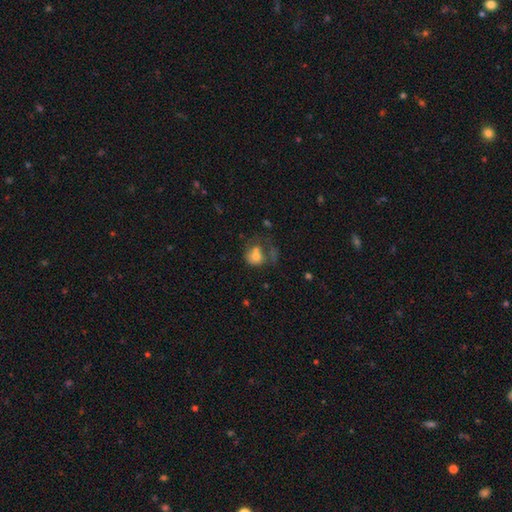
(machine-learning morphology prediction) Q: Smooth or featured?
A: smooth (65%); runner-up: featured or disk (25%)
Q: How rounded?
A: round (65%); runner-up: in between (34%)
Q: Merging?
A: merger (42%); runner-up: none (23%)